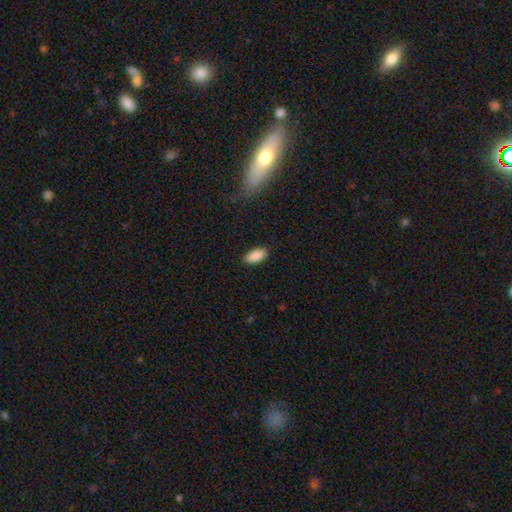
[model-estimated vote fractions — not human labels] Overall: smooth (89%). How rounded: in between (92%). Merging: none (87%).